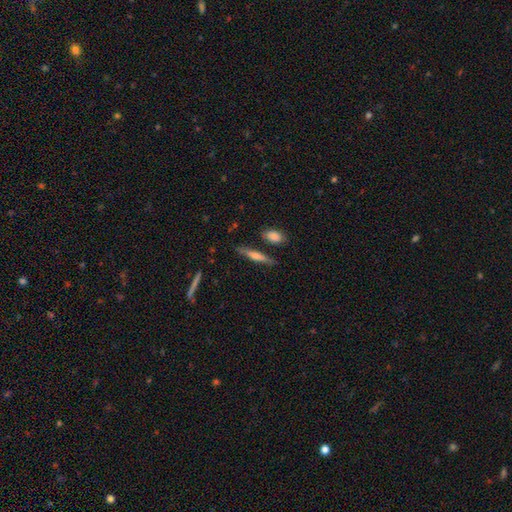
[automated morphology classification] The model was most divided on "smooth or featured": smooth: 47%, featured or disk: 46%, star or artifact: 7%. More confident: merging — none (81%).